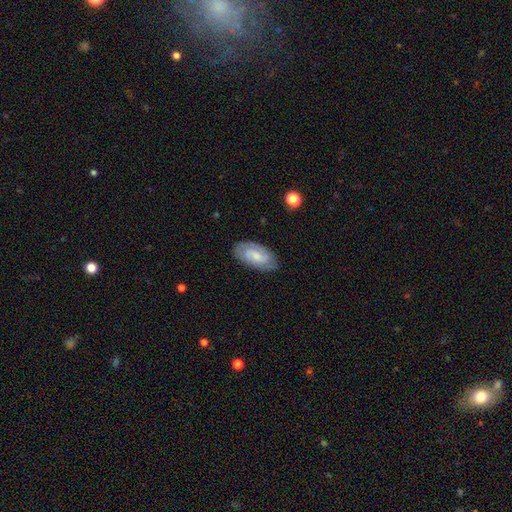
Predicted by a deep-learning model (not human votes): The model was most divided on "bar": no: 47%, weak: 44%, strong: 8%. More confident: edge-on disk — no (95%); spiral arms — yes (91%); merging — none (83%); spiral arm count — 2 (65%); smooth or featured — featured or disk (62%); spiral winding — tight (52%); bulge size — small (51%).